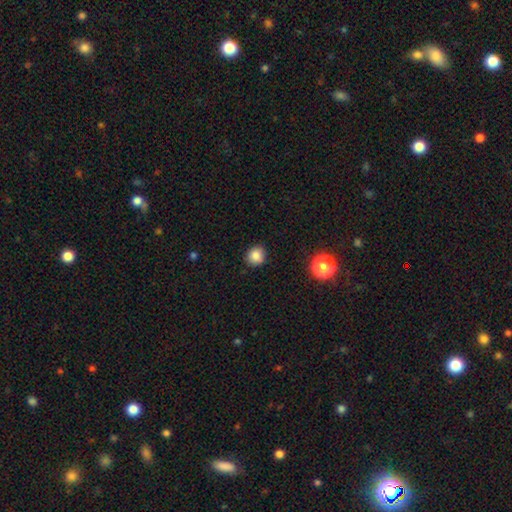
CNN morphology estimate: type=smooth (84%); roundness=round (86%); merging=none (88%).